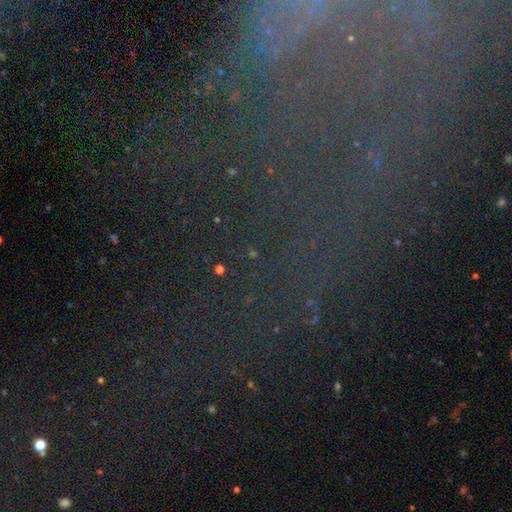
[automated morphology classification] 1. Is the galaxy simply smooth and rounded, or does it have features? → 63% star or artifact, 23% featured or disk, 15% smooth.